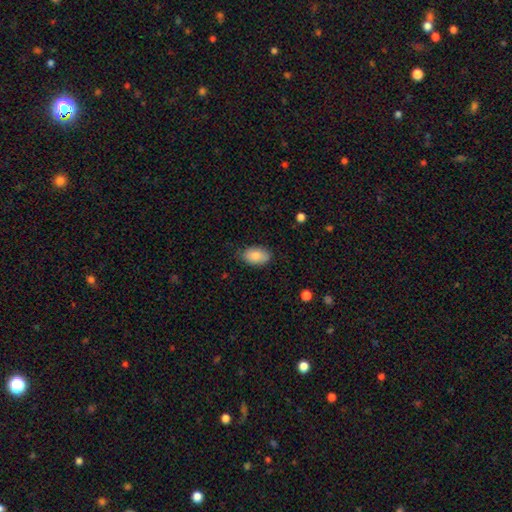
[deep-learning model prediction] Smooth or featured?
  - smooth: 85% *
  - featured or disk: 8%
  - star or artifact: 7%
How rounded?
  - in between: 93% *
  - round: 6%
  - cigar-shaped: 1%
Merging?
  - none: 81% *
  - minor disturbance: 15%
  - major disturbance: 3%
  - merger: 1%